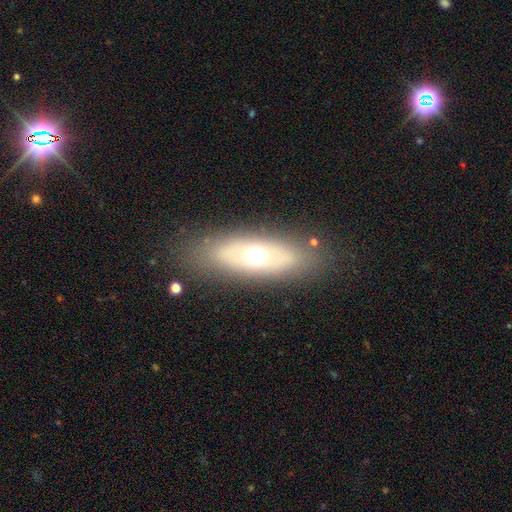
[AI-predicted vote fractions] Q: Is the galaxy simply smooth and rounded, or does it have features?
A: smooth — 52%.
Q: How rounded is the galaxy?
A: in between — 65%.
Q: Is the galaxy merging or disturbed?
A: none — 83%.